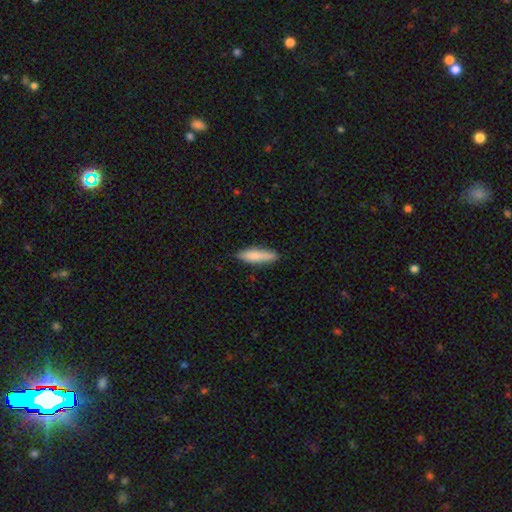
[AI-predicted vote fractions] This is clearly a smooth galaxy (81%). How rounded: likely cigar-shaped (70%). Merging: clearly none (82%).